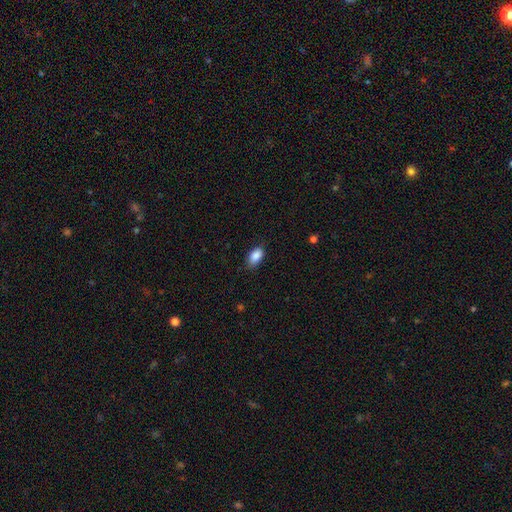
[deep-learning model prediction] Smooth or featured? smooth (88%)
How rounded? in between (91%)
Merging? none (81%)